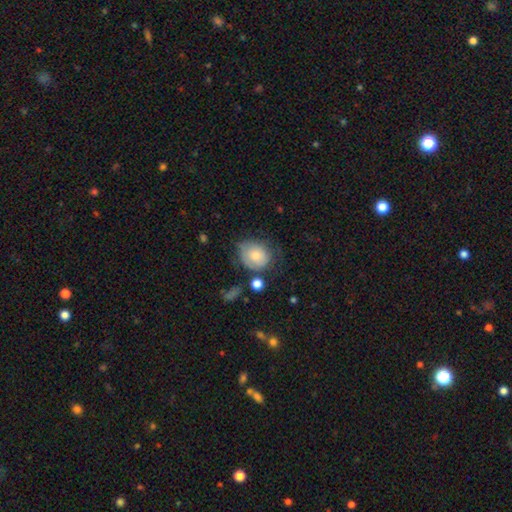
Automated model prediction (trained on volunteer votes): This is likely a smooth galaxy (74%). How rounded: likely round (64%). Merging: possibly none (49%).